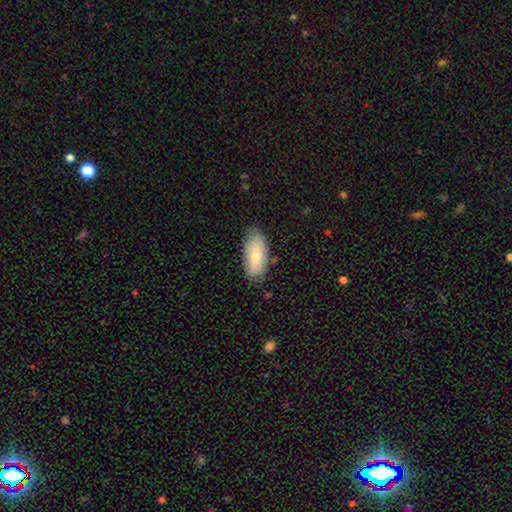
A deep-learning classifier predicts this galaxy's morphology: A smooth galaxy with no disk features (68%) that is in between round and cigar-shaped (90%). Merging: none (78%).